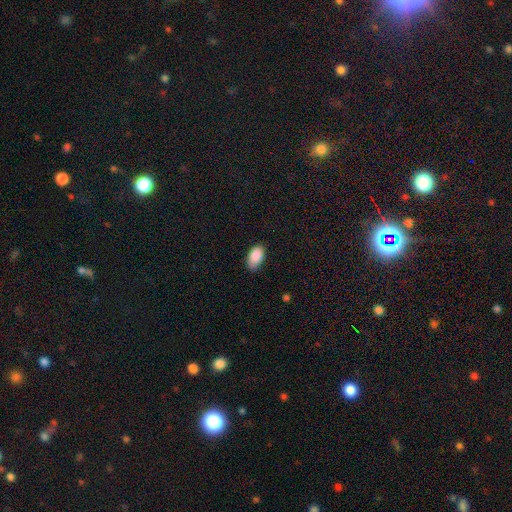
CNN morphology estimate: A smooth galaxy with no disk features (89%) that is in between round and cigar-shaped (94%).

Vote fractions:
- Smooth or featured? smooth: 89% / star or artifact: 7% / featured or disk: 4%
- How rounded? in between: 94% / round: 4% / cigar-shaped: 2%
- Merging? none: 72% / minor disturbance: 23% / major disturbance: 3% / merger: 1%